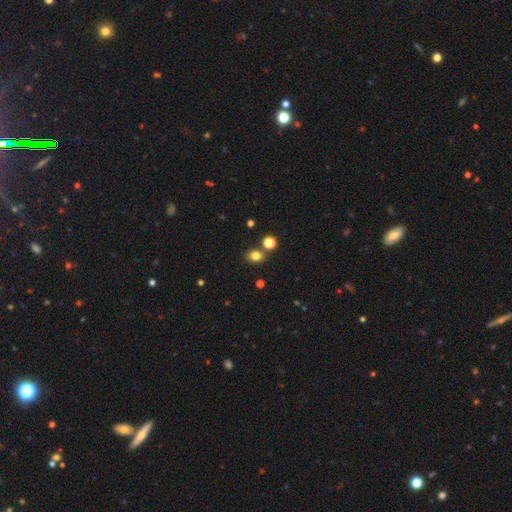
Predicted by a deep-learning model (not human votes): smooth-or-featured: smooth: 79% | star or artifact: 15% | featured or disk: 6%
  how-rounded: round: 62% | in between: 37% | cigar-shaped: 1%
  merging: none: 77% | merger: 11% | minor disturbance: 9% | major disturbance: 3%